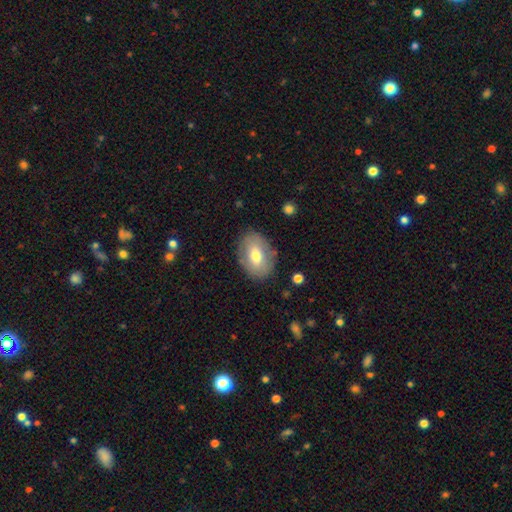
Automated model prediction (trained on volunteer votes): Q: Smooth or featured?
A: smooth (63%); runner-up: featured or disk (30%)
Q: How rounded?
A: in between (79%); runner-up: round (19%)
Q: Merging?
A: none (82%); runner-up: minor disturbance (13%)